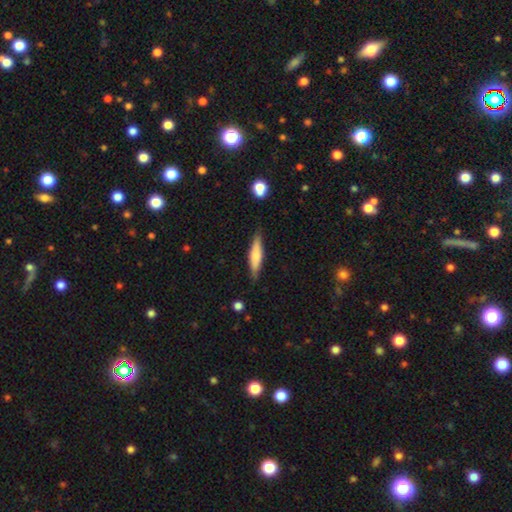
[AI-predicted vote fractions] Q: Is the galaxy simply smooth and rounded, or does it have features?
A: smooth — 62%.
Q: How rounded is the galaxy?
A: cigar-shaped — 77%.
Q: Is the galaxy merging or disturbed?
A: none — 82%.